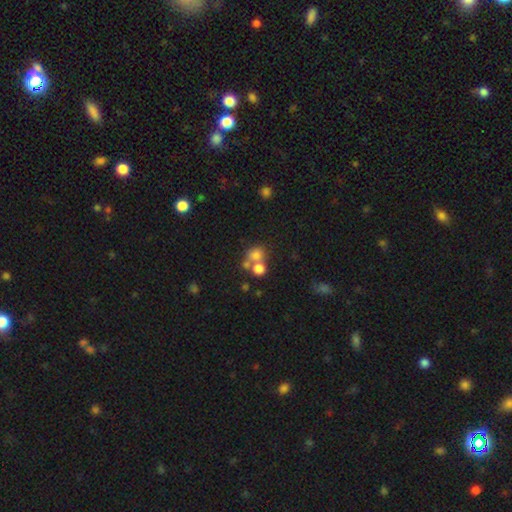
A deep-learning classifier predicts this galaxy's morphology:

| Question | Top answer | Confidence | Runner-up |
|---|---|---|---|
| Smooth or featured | smooth | 71% | star or artifact (16%) |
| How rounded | round | 77% | in between (22%) |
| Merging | merger | 44% | none (43%) |